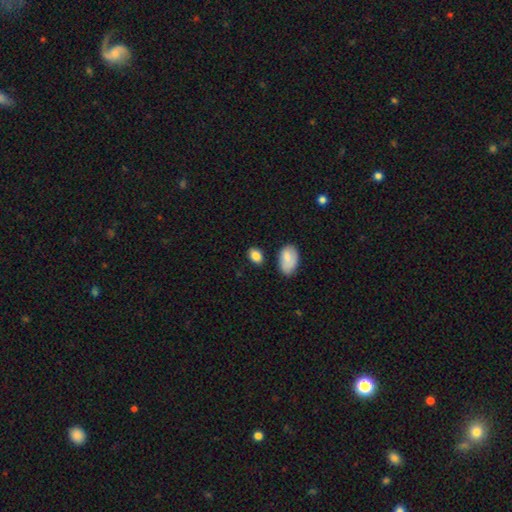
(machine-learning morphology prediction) Q: Smooth or featured?
A: smooth (86%); runner-up: star or artifact (8%)
Q: How rounded?
A: in between (83%); runner-up: round (16%)
Q: Merging?
A: none (79%); runner-up: minor disturbance (14%)